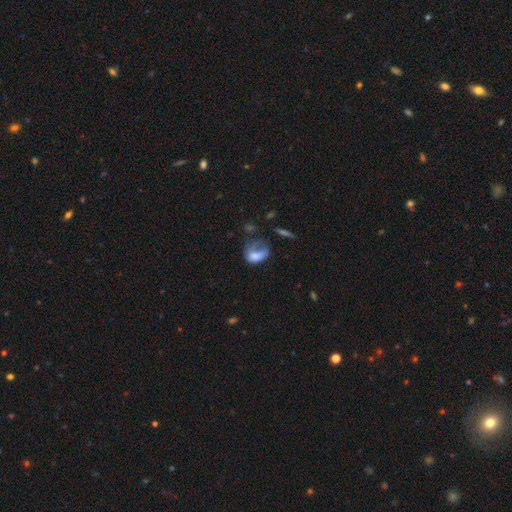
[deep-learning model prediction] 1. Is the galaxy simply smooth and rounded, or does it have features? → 61% smooth, 28% featured or disk, 11% star or artifact.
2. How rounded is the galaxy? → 72% in between, 25% round, 3% cigar-shaped.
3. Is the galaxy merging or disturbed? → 51% major disturbance, 22% minor disturbance, 21% none, 6% merger.